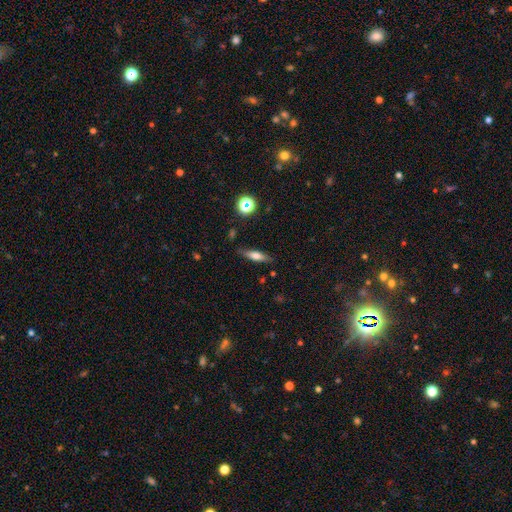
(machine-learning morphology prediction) Smooth or featured: smooth — 55% (featured or disk — 35%)
How rounded: cigar-shaped — 63% (in between — 34%)
Merging: none — 83% (minor disturbance — 12%)